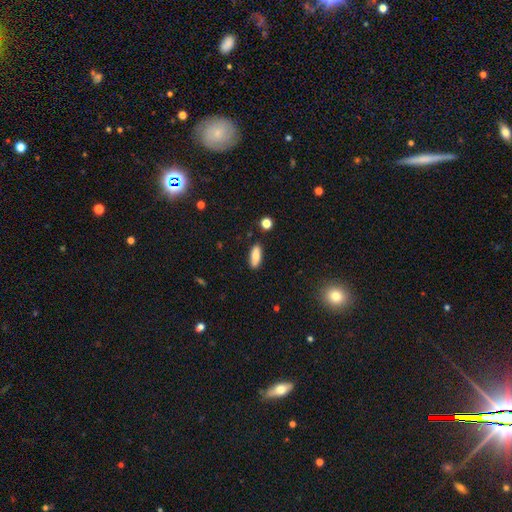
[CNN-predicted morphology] smooth 81%, featured or disk 12%, star or artifact 7%. Down the decision tree: how rounded — in between (69%); merging — none (86%).